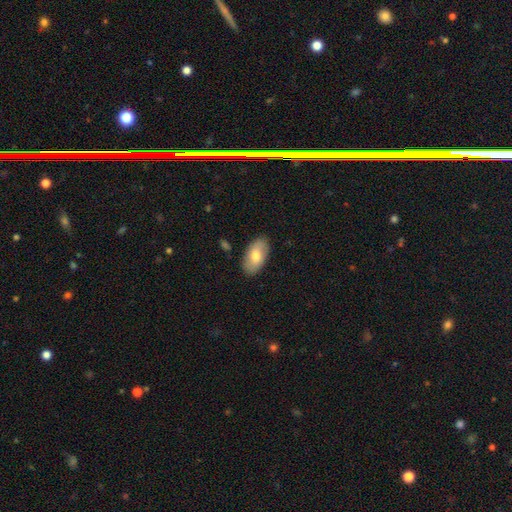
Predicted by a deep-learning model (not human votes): Smooth or featured: smooth — 73% (featured or disk — 22%)
How rounded: in between — 95% (round — 3%)
Merging: none — 85% (minor disturbance — 11%)